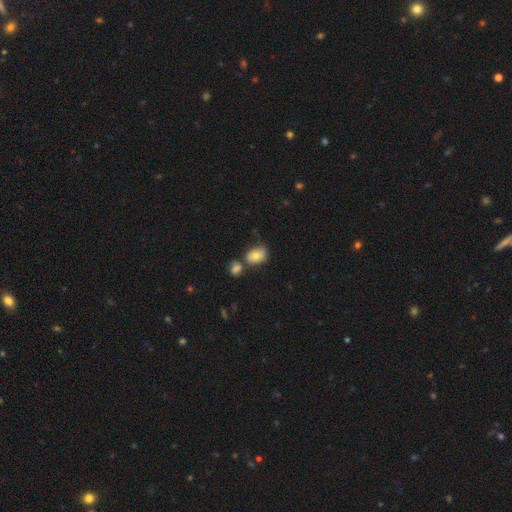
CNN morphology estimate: smooth_or_featured: smooth (p=0.78) [alt: featured or disk p=0.13]
how_rounded: in between (p=0.73) [alt: round p=0.25]
merging: none (p=0.51) [alt: merger p=0.27]